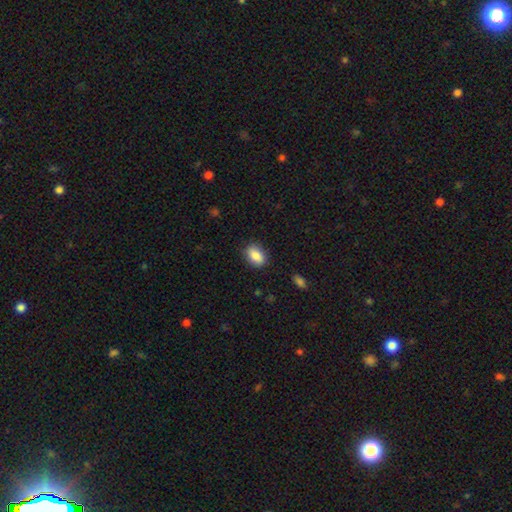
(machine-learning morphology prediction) A smooth galaxy with no disk features (84%) that is in between round and cigar-shaped (85%).

Vote fractions:
- Smooth or featured? smooth: 84% / featured or disk: 8% / star or artifact: 7%
- How rounded? in between: 85% / round: 13% / cigar-shaped: 2%
- Merging? none: 85% / minor disturbance: 12% / major disturbance: 3% / merger: 1%